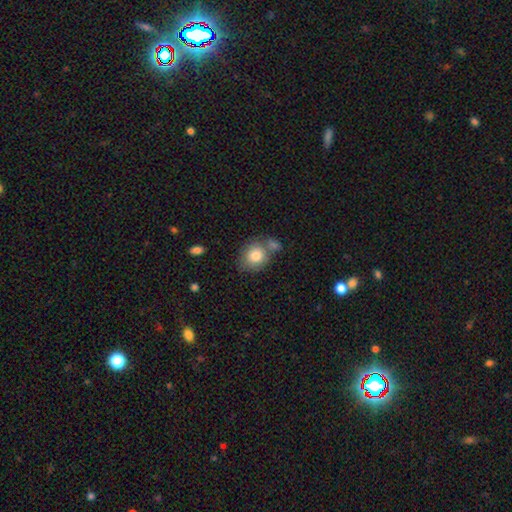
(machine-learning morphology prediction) type=smooth (82%); roundness=round (68%); merging=none (54%).